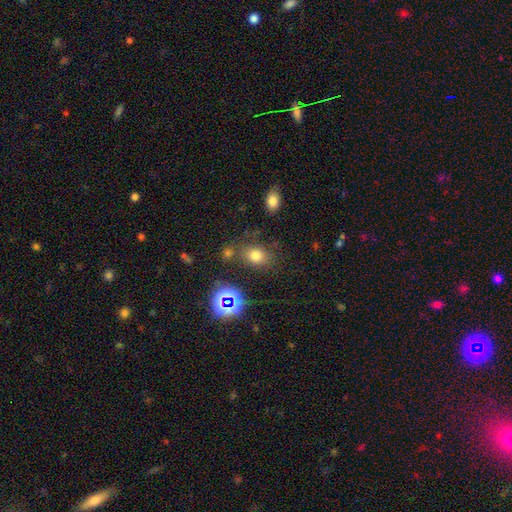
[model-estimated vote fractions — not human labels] This is likely a smooth galaxy (70%). How rounded: possibly in between (59%). Merging: likely none (72%).